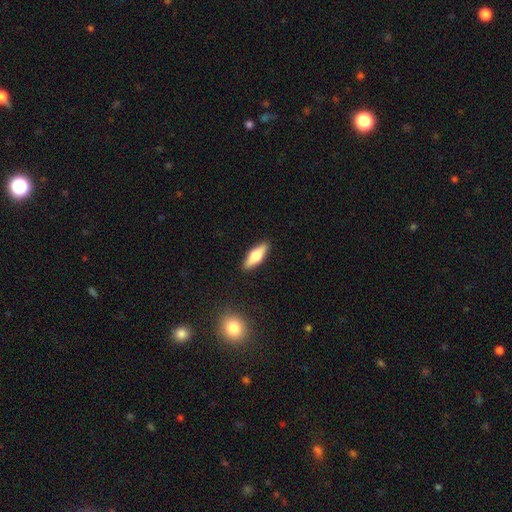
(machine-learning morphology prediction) Smooth or featured: smooth — 56% (featured or disk — 38%)
How rounded: in between — 53% (cigar-shaped — 45%)
Merging: none — 90% (minor disturbance — 7%)